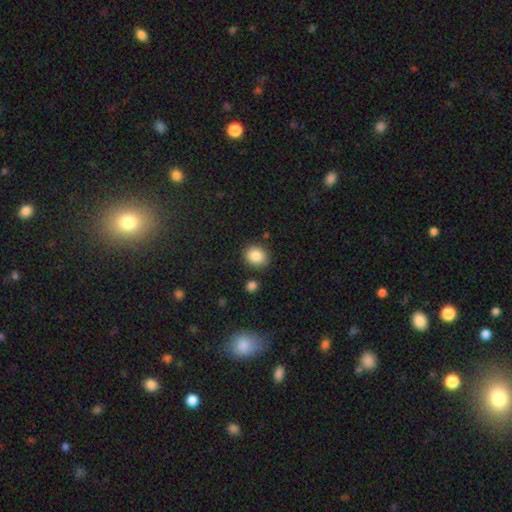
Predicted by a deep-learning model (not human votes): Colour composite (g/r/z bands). It shows a smooth galaxy with no disk features (86%) that is round (64%). Merging: none (83%).